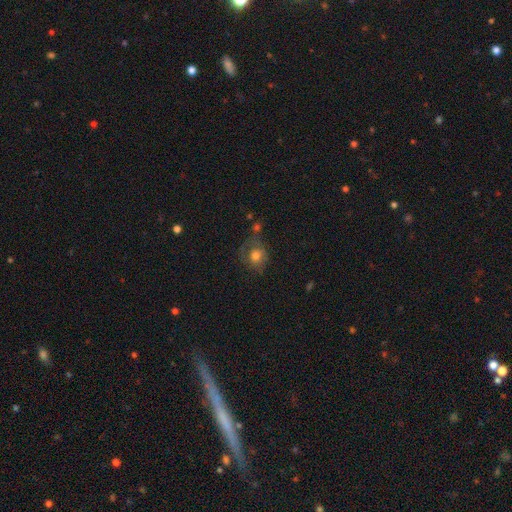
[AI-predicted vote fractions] A smooth galaxy with no disk features (59%) that is round (73%). Merging: none (45%).